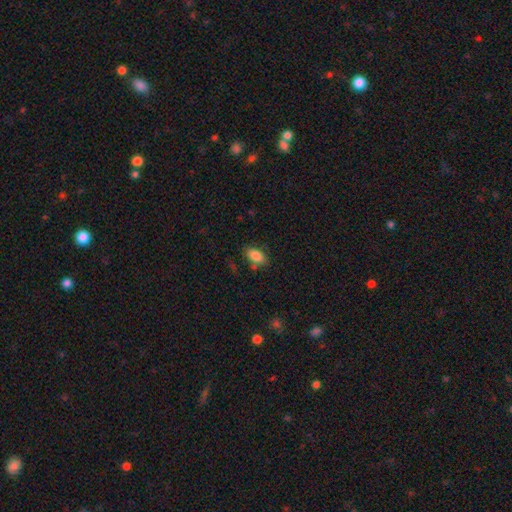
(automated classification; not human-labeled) smooth_or_featured: smooth (p=0.84) [alt: star or artifact p=0.08]
how_rounded: in between (p=0.91) [alt: round p=0.05]
merging: none (p=0.76) [alt: minor disturbance p=0.15]